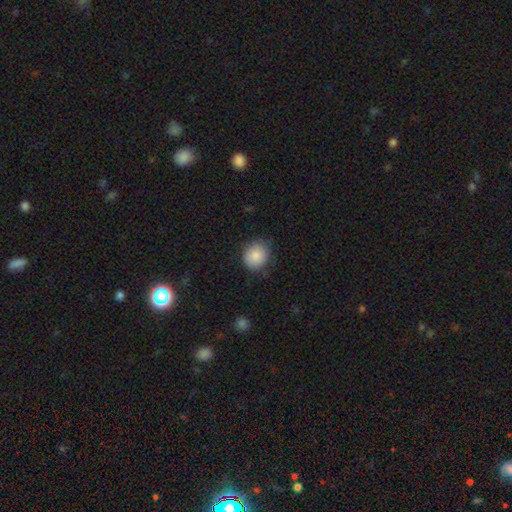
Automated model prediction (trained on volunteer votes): Smooth or featured?
  - smooth: 85% *
  - star or artifact: 8%
  - featured or disk: 7%
How rounded?
  - round: 79% *
  - in between: 20%
  - cigar-shaped: 1%
Merging?
  - none: 79% *
  - minor disturbance: 16%
  - major disturbance: 3%
  - merger: 1%